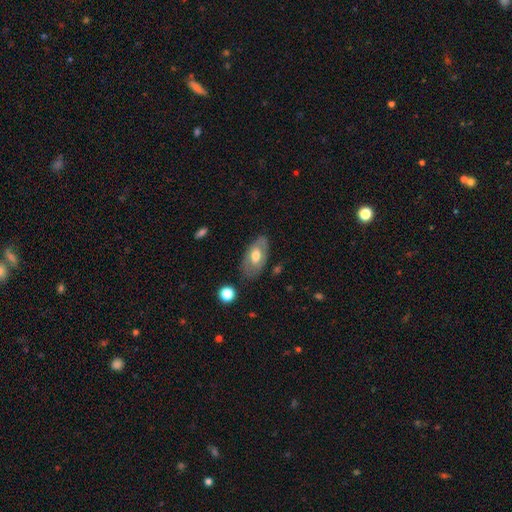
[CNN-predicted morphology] smooth 49%, featured or disk 45%, star or artifact 6%. Down the decision tree: merging — none (74%).